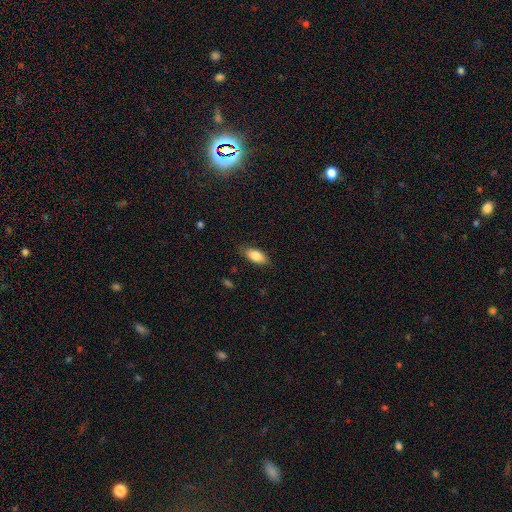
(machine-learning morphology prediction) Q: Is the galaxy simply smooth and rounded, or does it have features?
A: smooth — 84%.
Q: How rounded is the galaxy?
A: in between — 88%.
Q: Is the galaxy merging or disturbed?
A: none — 82%.